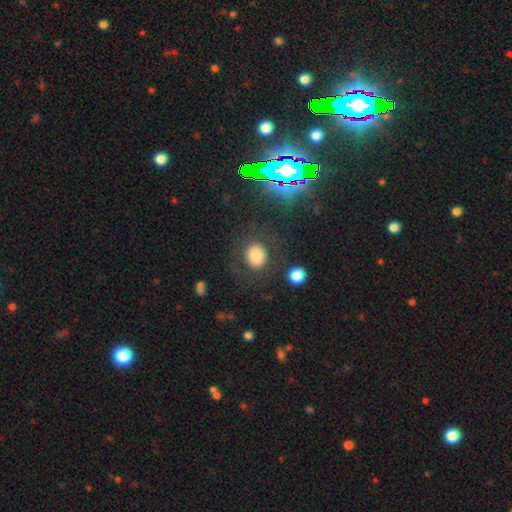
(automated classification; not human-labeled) A smooth galaxy with no disk features (75%) that is round (68%). Merging: none (77%).